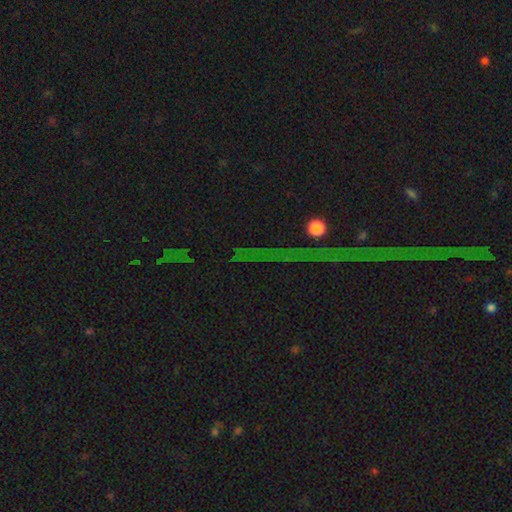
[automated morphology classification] smooth-or-featured: star or artifact: 81% | featured or disk: 10% | smooth: 9%